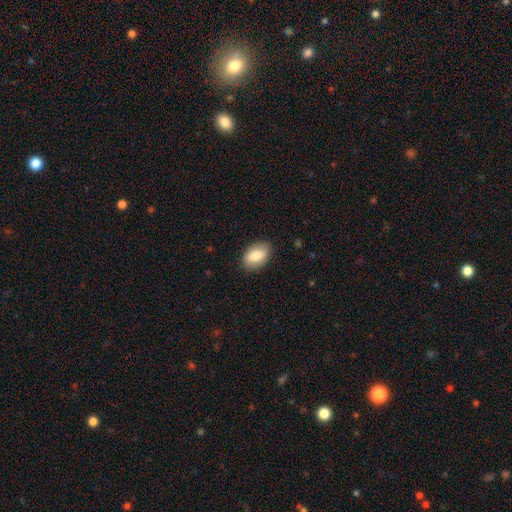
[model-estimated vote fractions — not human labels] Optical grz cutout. It shows a smooth galaxy with no disk features (78%) that is in between round and cigar-shaped (91%). Merging: none (84%).